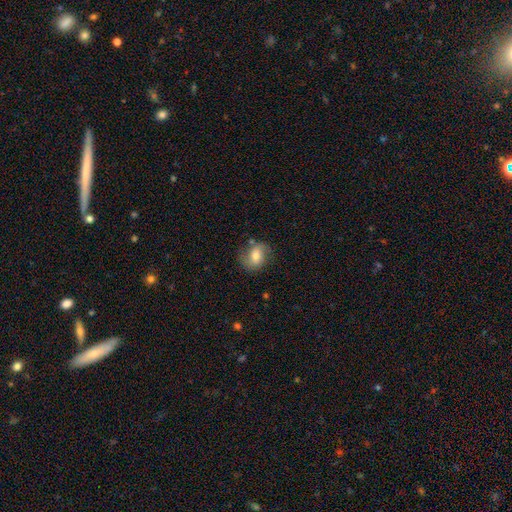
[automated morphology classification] Overall: smooth (60%; featured or disk 31%). How rounded: in between (52%; round 47%). Merging: none (70%).